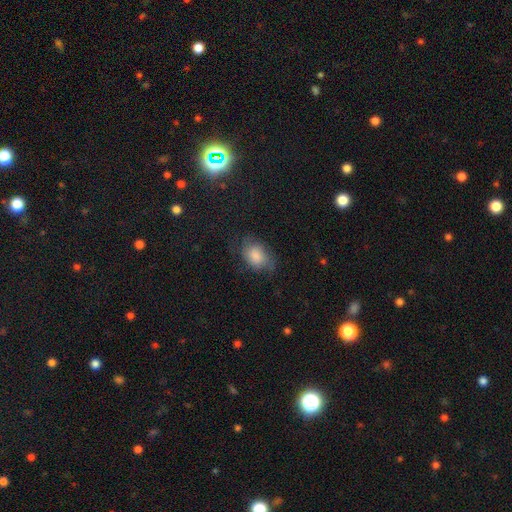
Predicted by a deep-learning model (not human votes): Smooth or featured: smooth — 72% (featured or disk — 19%)
How rounded: in between — 83% (round — 16%)
Merging: none — 55% (minor disturbance — 27%)